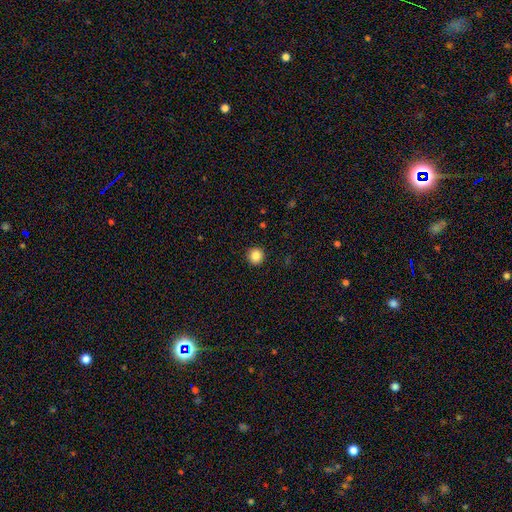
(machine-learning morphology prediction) A smooth galaxy with no disk features (85%) that is round (95%).

Vote fractions:
- Smooth or featured? smooth: 85% / star or artifact: 10% / featured or disk: 4%
- How rounded? round: 95% / in between: 4% / cigar-shaped: 1%
- Merging? none: 93% / minor disturbance: 5% / major disturbance: 2% / merger: 1%